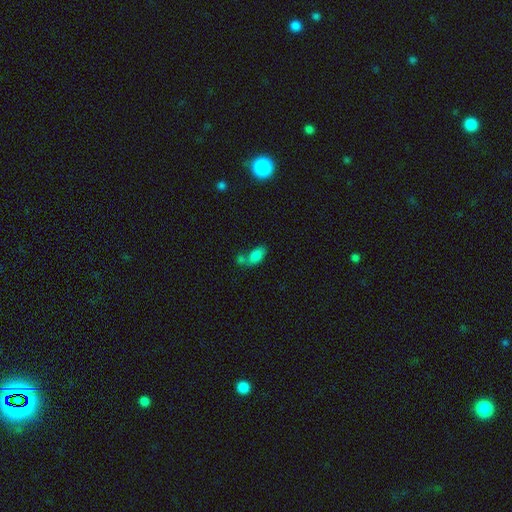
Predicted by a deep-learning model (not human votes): Q: Smooth or featured?
A: smooth (81%); runner-up: featured or disk (10%)
Q: How rounded?
A: in between (90%); runner-up: round (6%)
Q: Merging?
A: merger (46%); runner-up: none (34%)